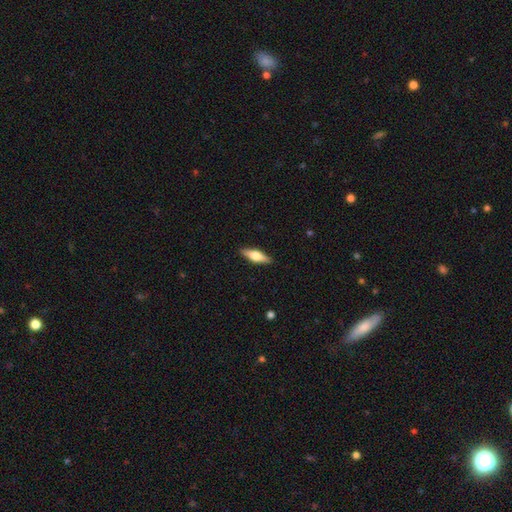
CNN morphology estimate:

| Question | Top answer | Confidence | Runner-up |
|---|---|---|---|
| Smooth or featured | smooth | 49% | featured or disk (45%) |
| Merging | none | 89% | minor disturbance (8%) |